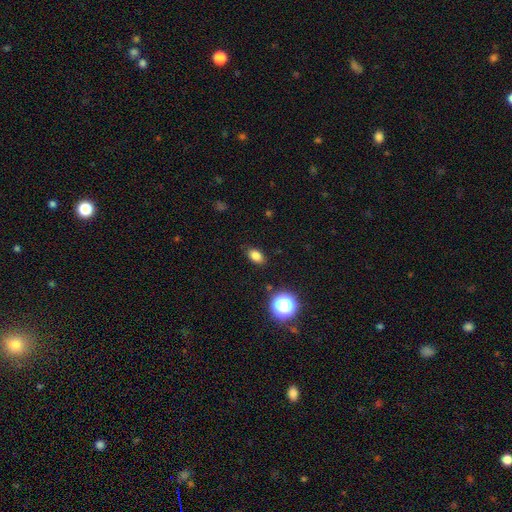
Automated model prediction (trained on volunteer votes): Smooth or featured?
  - smooth: 80% *
  - star or artifact: 13%
  - featured or disk: 6%
How rounded?
  - in between: 83% *
  - round: 15%
  - cigar-shaped: 2%
Merging?
  - none: 86% *
  - minor disturbance: 10%
  - major disturbance: 3%
  - merger: 1%